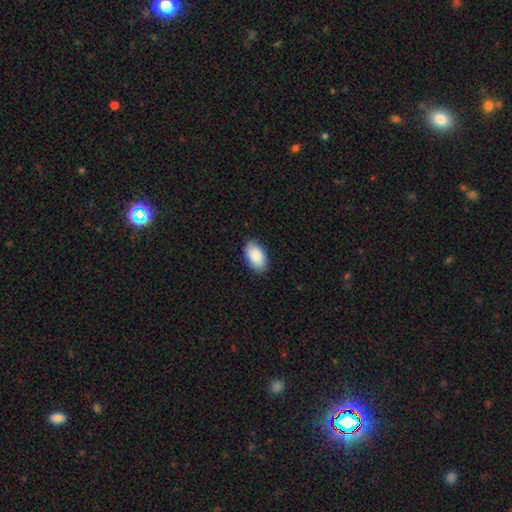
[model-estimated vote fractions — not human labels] Smooth or featured: smooth — 89% (star or artifact — 6%)
How rounded: in between — 95% (round — 4%)
Merging: none — 87% (minor disturbance — 10%)